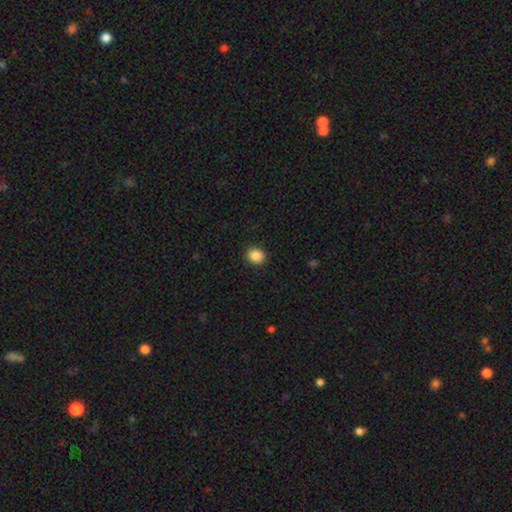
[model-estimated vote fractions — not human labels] This appears to be a smooth galaxy with no disk features (88%) that is round (77%). Merging: none (91%).